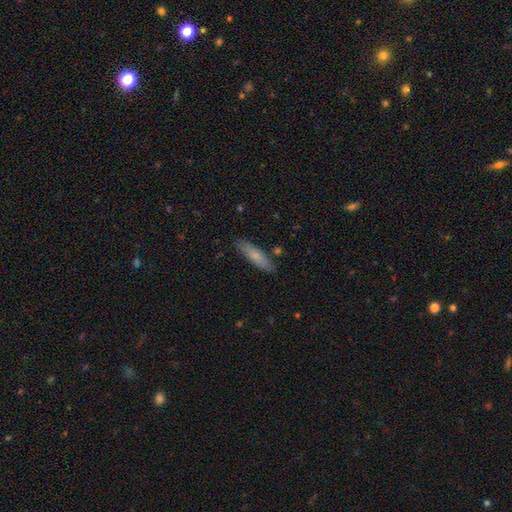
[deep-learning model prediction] Overall: smooth (76%). How rounded: cigar-shaped (72%). Merging: none (84%).